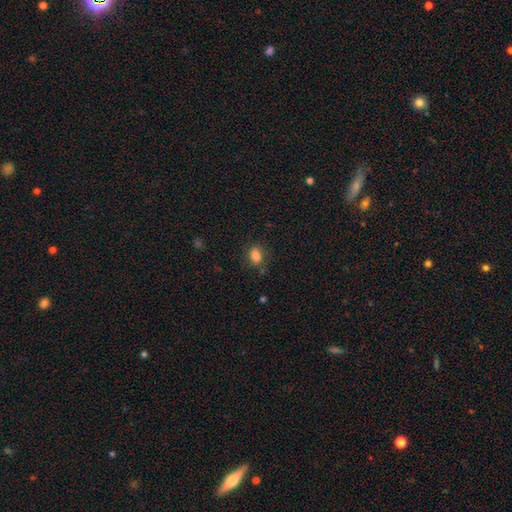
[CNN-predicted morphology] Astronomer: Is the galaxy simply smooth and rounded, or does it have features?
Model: smooth — 83%.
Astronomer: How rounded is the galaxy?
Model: in between — 76%.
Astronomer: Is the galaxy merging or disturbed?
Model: none — 75%.